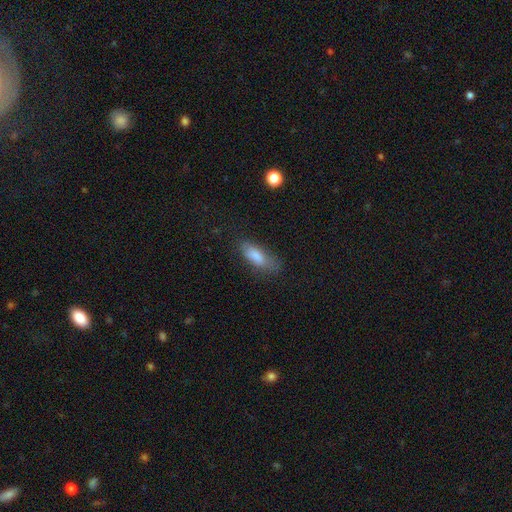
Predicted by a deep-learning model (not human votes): Q: Smooth or featured?
A: smooth (77%); runner-up: featured or disk (14%)
Q: How rounded?
A: in between (65%); runner-up: cigar-shaped (32%)
Q: Merging?
A: none (61%); runner-up: minor disturbance (26%)